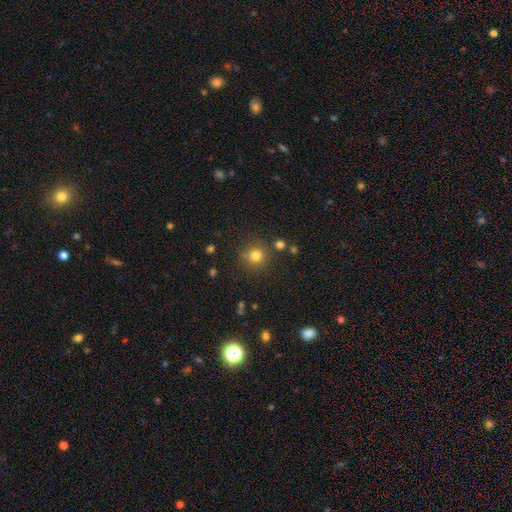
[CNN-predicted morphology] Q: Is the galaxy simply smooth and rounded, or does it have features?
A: smooth — 78%.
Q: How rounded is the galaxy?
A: round — 94%.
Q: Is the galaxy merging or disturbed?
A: none — 83%.